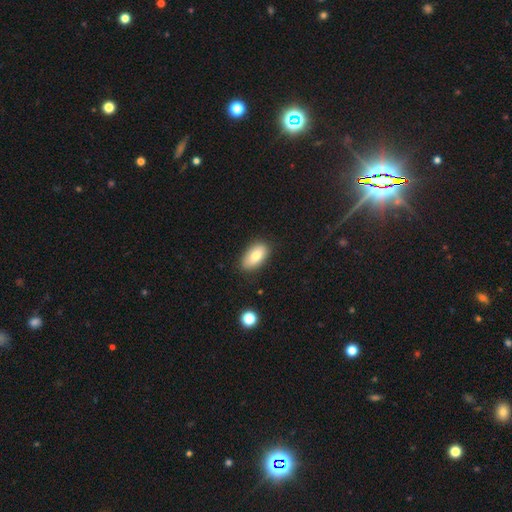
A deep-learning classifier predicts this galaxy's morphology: Smooth or featured?
  - smooth: 78% *
  - featured or disk: 15%
  - star or artifact: 7%
How rounded?
  - in between: 92% *
  - round: 4%
  - cigar-shaped: 3%
Merging?
  - none: 85% *
  - minor disturbance: 11%
  - major disturbance: 2%
  - merger: 1%